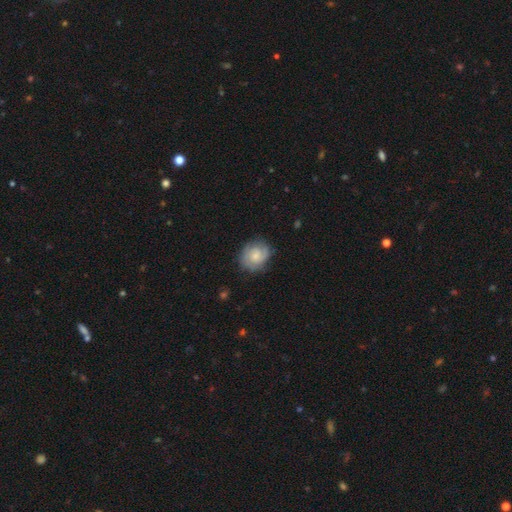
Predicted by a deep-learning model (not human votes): Smooth or featured? featured or disk (54%)
Edge-on disk? no (98%)
Bar? no (72%)
Spiral arms? yes (88%)
Bulge size? small (55%)
Merging? none (75%)